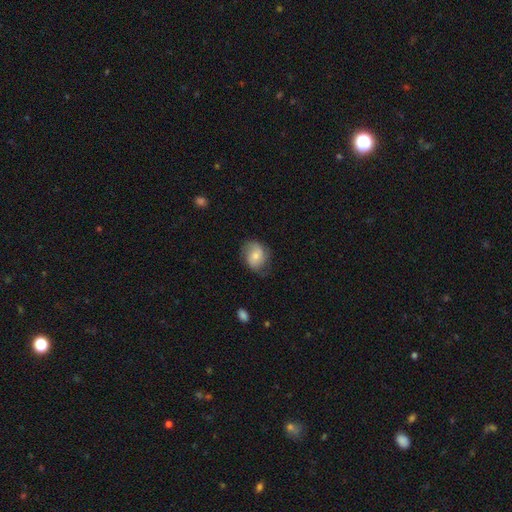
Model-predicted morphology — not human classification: smooth-or-featured: smooth: 54% | featured or disk: 39% | star or artifact: 8%
  how-rounded: round: 58% | in between: 41% | cigar-shaped: 1%
  merging: none: 64% | minor disturbance: 25% | major disturbance: 9% | merger: 1%